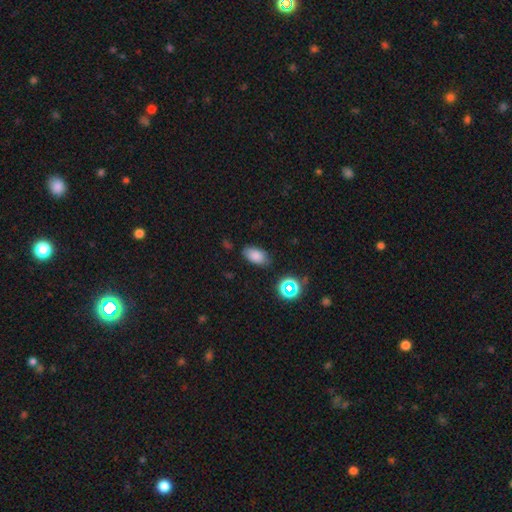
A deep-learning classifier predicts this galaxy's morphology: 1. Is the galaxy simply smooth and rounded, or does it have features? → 80% smooth, 13% star or artifact, 7% featured or disk.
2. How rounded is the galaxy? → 91% in between, 7% round, 3% cigar-shaped.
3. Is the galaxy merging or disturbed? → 80% none, 15% minor disturbance, 3% major disturbance, 3% merger.